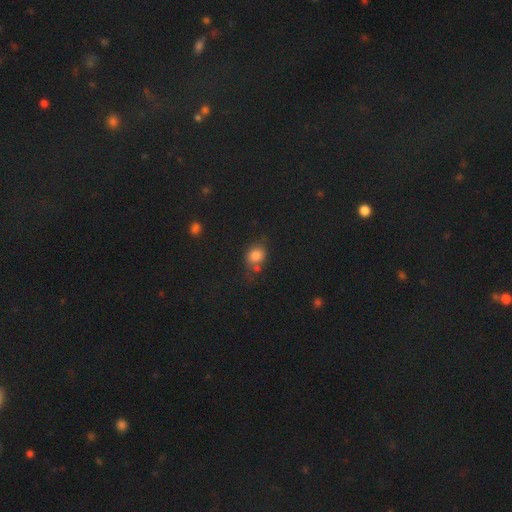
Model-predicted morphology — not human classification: Overall: smooth (79%). How rounded: round (59%; in between 39%). Merging: none (55%; minor disturbance 22%).